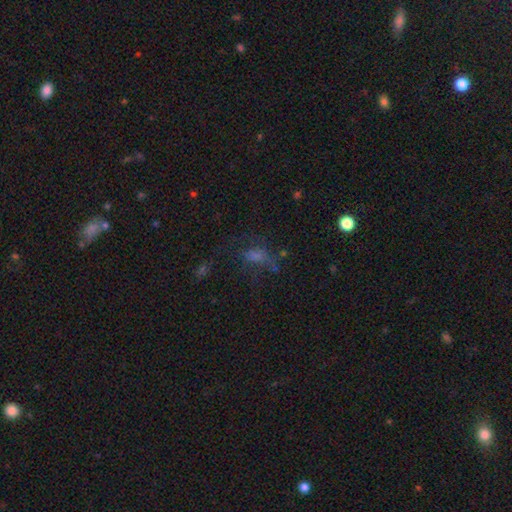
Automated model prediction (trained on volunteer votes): Q: Smooth or featured?
A: smooth (46%); runner-up: star or artifact (29%)
Q: Merging?
A: none (45%); runner-up: major disturbance (31%)